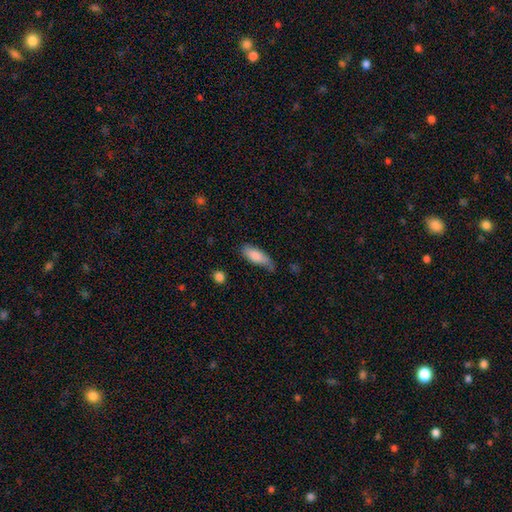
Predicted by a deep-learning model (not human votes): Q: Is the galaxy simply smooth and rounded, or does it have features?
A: smooth — 83%.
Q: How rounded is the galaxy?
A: in between — 68%.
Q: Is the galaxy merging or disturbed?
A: none — 55%.